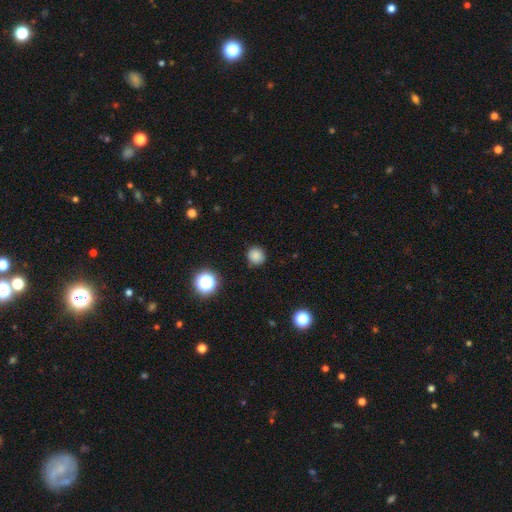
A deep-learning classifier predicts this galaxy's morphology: Smooth or featured?
  - smooth: 82% *
  - star or artifact: 14%
  - featured or disk: 4%
How rounded?
  - round: 92% *
  - in between: 7%
  - cigar-shaped: 1%
Merging?
  - none: 88% *
  - minor disturbance: 8%
  - major disturbance: 2%
  - merger: 1%